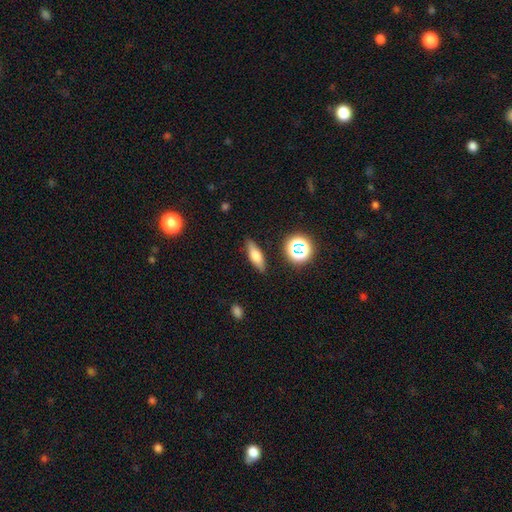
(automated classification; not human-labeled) This is likely a smooth galaxy (65%). How rounded: possibly in between (53%). Merging: clearly none (85%).